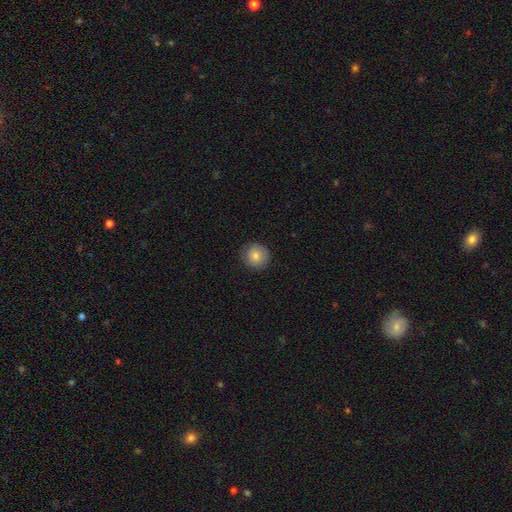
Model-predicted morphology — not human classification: This appears to be a smooth galaxy with no disk features (82%) that is round (90%). Merging: none (85%).